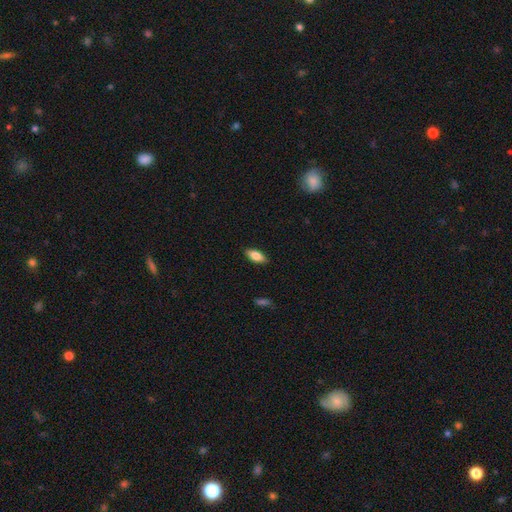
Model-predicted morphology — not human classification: Smooth or featured? Predicted: smooth (p=0.80). How rounded? Predicted: in between (p=0.82). Merging? Predicted: none (p=0.87).